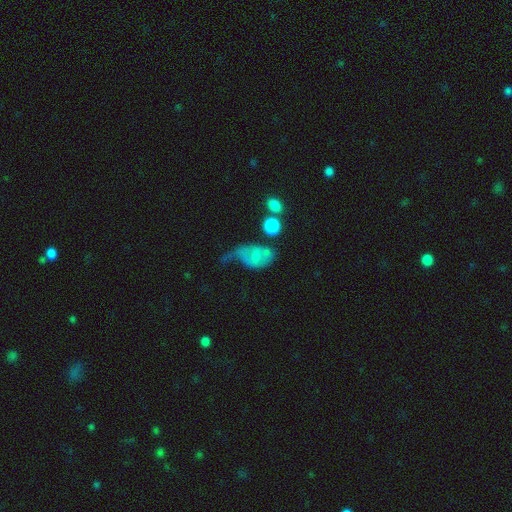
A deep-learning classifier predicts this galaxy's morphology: smooth_or_featured: smooth (p=0.46) [alt: featured or disk p=0.45]
merging: major disturbance (p=0.42) [alt: none p=0.21]